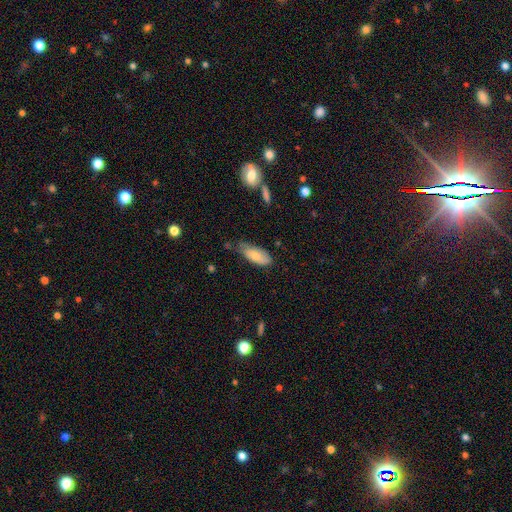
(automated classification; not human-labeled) Overall: smooth (77%). How rounded: in between (85%). Merging: none (50%; minor disturbance 40%).